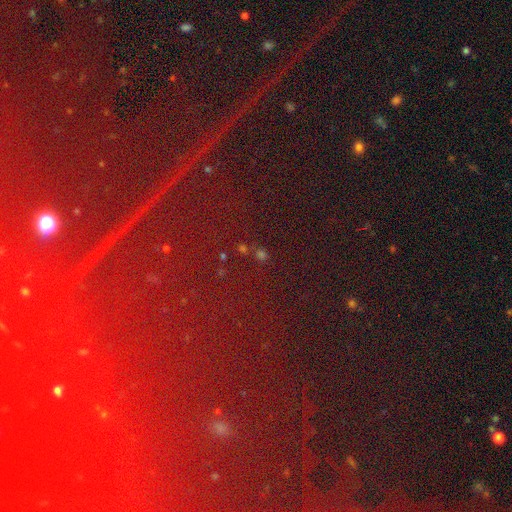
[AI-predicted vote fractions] Smooth or featured? Predicted: star or artifact (p=0.84).